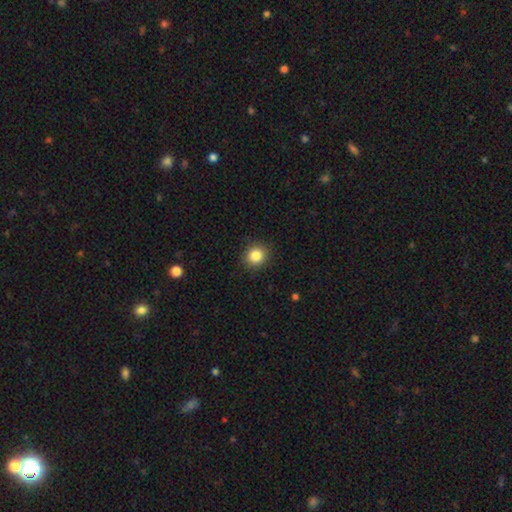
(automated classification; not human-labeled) Q: Smooth or featured?
A: smooth (85%); runner-up: star or artifact (10%)
Q: How rounded?
A: round (87%); runner-up: in between (12%)
Q: Merging?
A: none (90%); runner-up: minor disturbance (7%)